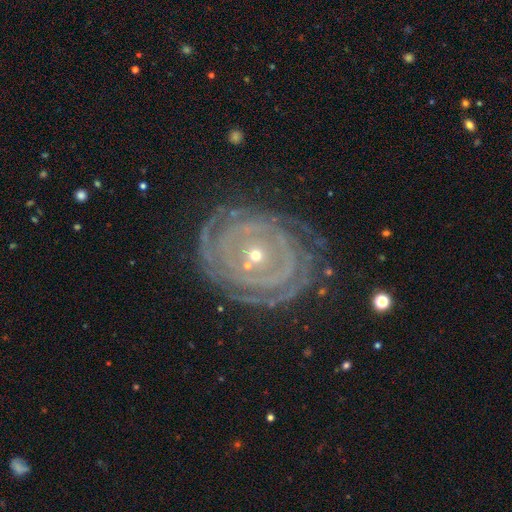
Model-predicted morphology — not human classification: Overall: featured or disk (86%). Edge-on disk: no (97%). Bar: no (79%). Spiral arms: yes (93%). Spiral arm count: can't tell (29%; 2 21%). Spiral winding: tight (84%). Bulge size: small (77%). Merging: none (73%).